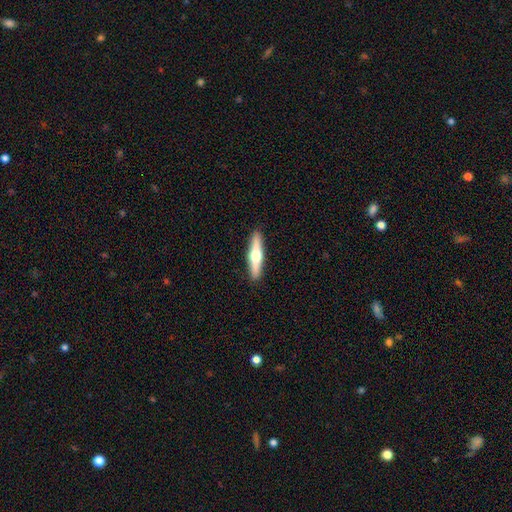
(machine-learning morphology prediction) This appears to be a featured or disk galaxy (59%) viewed edge-on (96%) with a rounded central bulge (95%). Merging: none (91%).